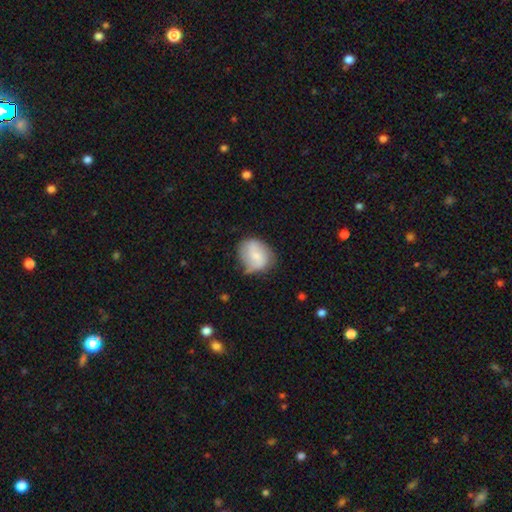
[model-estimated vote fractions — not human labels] The model was most divided on "how rounded": round: 59%, in between: 40%, cigar-shaped: 1%. More confident: smooth or featured — smooth (57%); merging — none (56%).